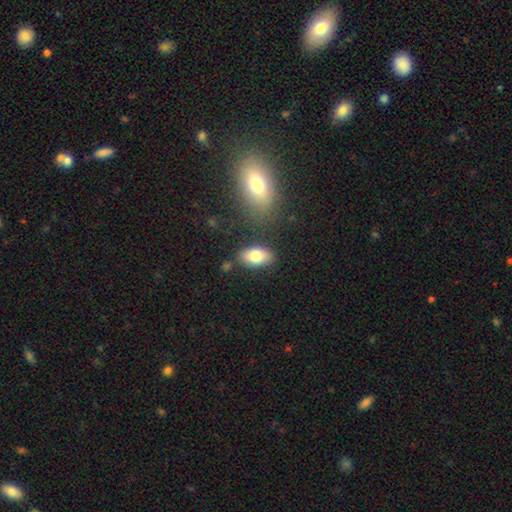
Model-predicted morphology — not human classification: Q: Smooth or featured?
A: smooth (79%); runner-up: featured or disk (14%)
Q: How rounded?
A: in between (92%); runner-up: round (5%)
Q: Merging?
A: none (81%); runner-up: minor disturbance (11%)